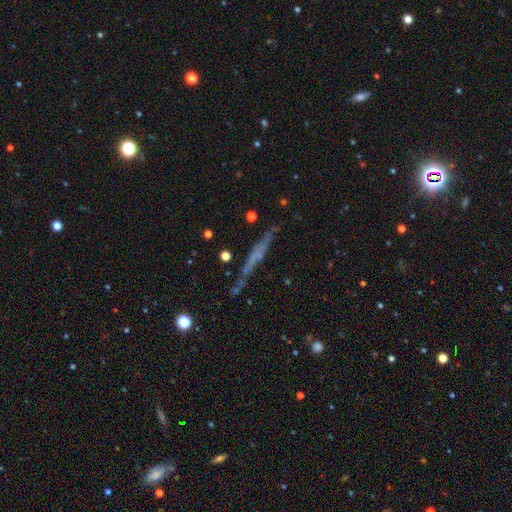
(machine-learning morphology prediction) A featured or disk galaxy (53%) viewed edge-on (92%).

Vote fractions:
- Smooth or featured? featured or disk: 53% / smooth: 36% / star or artifact: 11%
- Edge-on disk? yes: 92% / no: 8%
- Merging? none: 76% / minor disturbance: 16% / major disturbance: 5% / merger: 4%